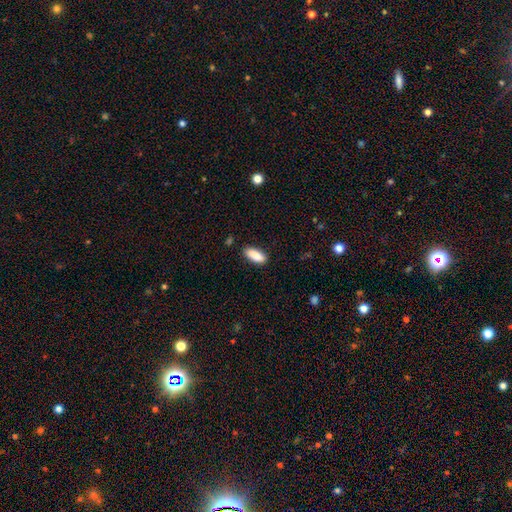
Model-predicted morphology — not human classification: A smooth galaxy with no disk features (89%) that is in between round and cigar-shaped (78%). Merging: none (86%).